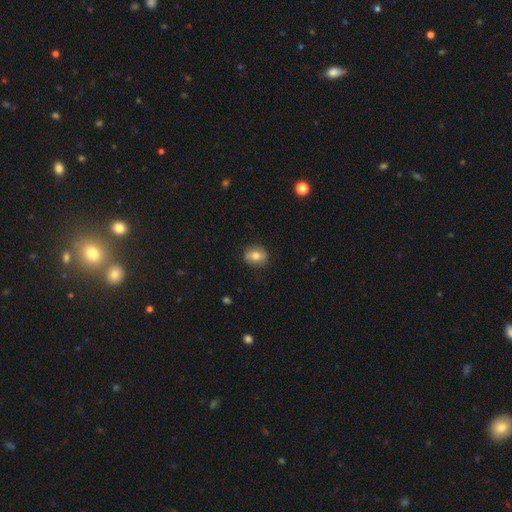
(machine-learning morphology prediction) A smooth galaxy with no disk features (68%) that is round (62%). Merging: none (84%).